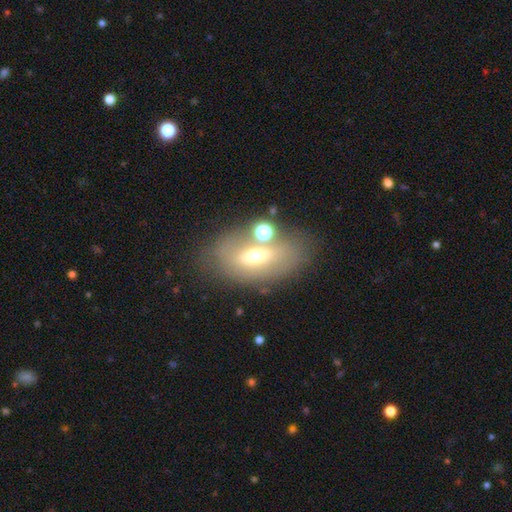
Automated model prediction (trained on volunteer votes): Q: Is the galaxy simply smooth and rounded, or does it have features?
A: featured or disk — 44%, tied with smooth.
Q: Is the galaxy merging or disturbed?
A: none — 62%.